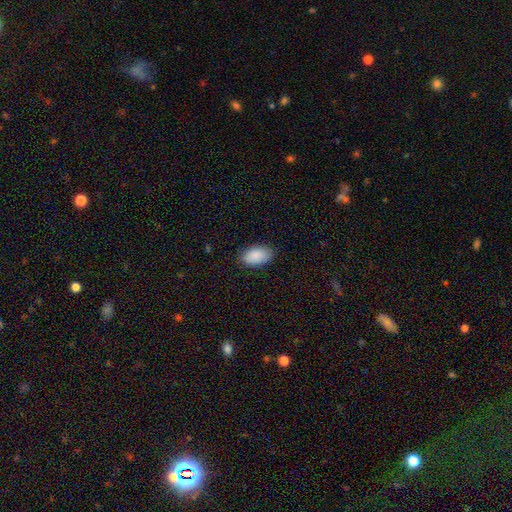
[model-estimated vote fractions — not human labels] smooth 90%, star or artifact 6%, featured or disk 4%. Down the decision tree: how rounded — in between (94%); merging — none (86%).